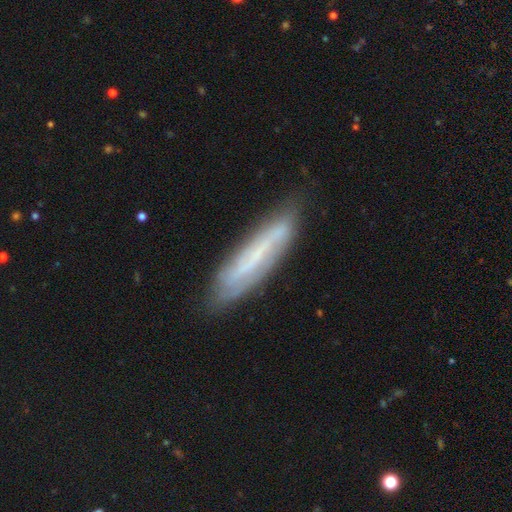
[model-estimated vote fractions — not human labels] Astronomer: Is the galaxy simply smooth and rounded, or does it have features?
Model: featured or disk — 59%.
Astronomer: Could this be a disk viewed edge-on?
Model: no — 57% (runner-up: yes, 43%).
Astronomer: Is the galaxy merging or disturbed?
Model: none — 73%.